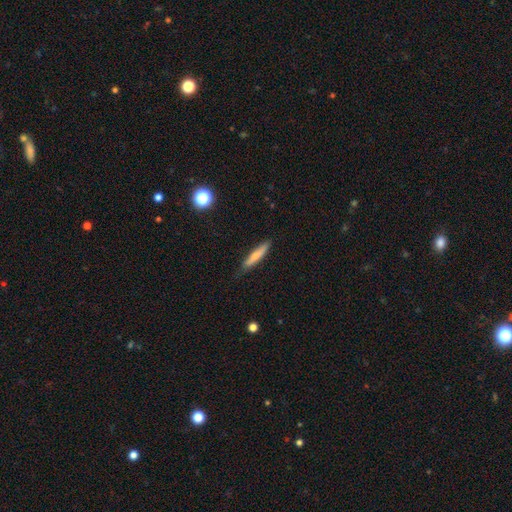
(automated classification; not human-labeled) smooth 66%, featured or disk 28%, star or artifact 6%. Down the decision tree: how rounded — cigar-shaped (89%); merging — none (81%).